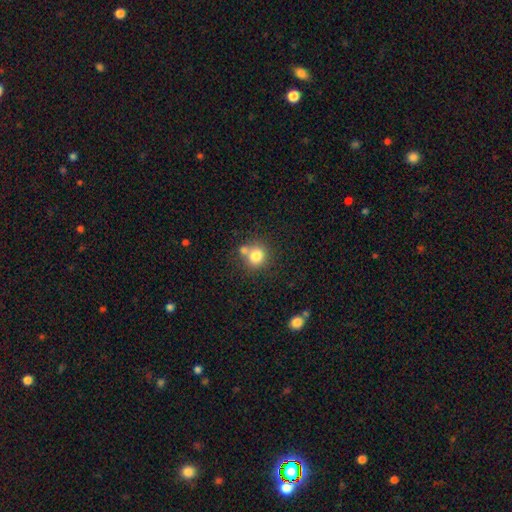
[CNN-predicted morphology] Smooth or featured?
  - smooth: 80% *
  - star or artifact: 11%
  - featured or disk: 9%
How rounded?
  - round: 87% *
  - in between: 12%
  - cigar-shaped: 1%
Merging?
  - none: 58% *
  - merger: 29%
  - minor disturbance: 10%
  - major disturbance: 3%